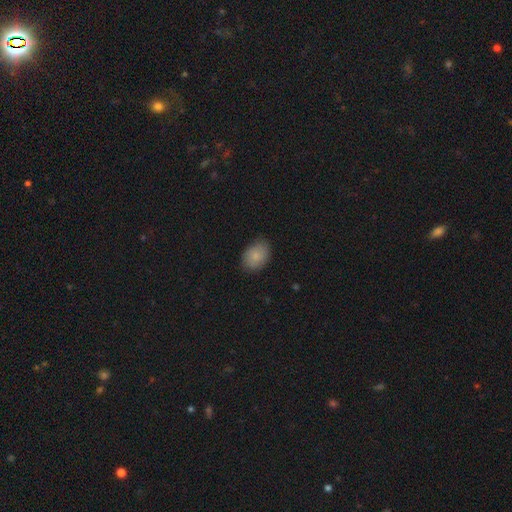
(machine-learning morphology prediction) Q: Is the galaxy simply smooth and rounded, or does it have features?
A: smooth — 84%.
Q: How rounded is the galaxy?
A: in between — 73%.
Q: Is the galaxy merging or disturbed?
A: none — 78%.